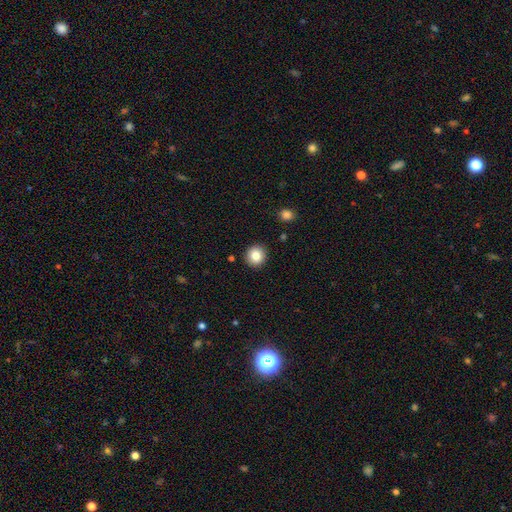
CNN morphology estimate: Overall: smooth (83%). How rounded: round (91%). Merging: none (91%).